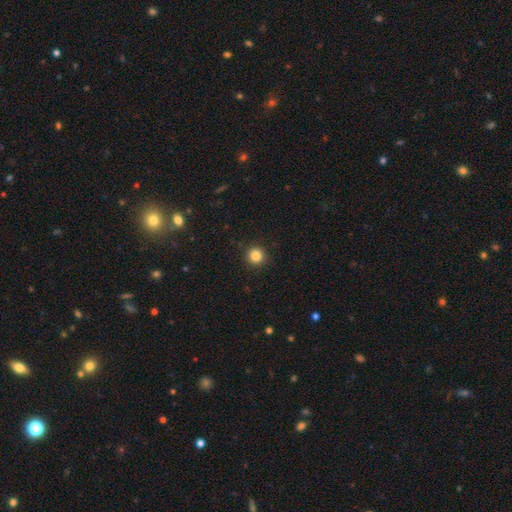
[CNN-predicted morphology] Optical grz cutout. It shows a smooth galaxy with no disk features (86%) that is round (95%). Merging: none (92%).